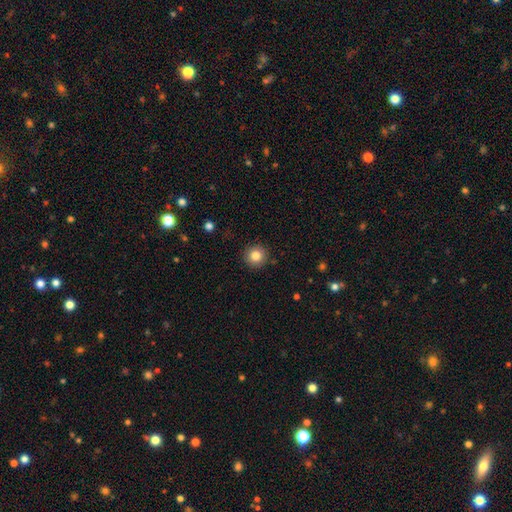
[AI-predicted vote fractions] A smooth galaxy with no disk features (82%) that is round (94%).

Vote fractions:
- Smooth or featured? smooth: 82% / star or artifact: 10% / featured or disk: 7%
- How rounded? round: 94% / in between: 5% / cigar-shaped: 1%
- Merging? none: 91% / minor disturbance: 6% / major disturbance: 2% / merger: 1%